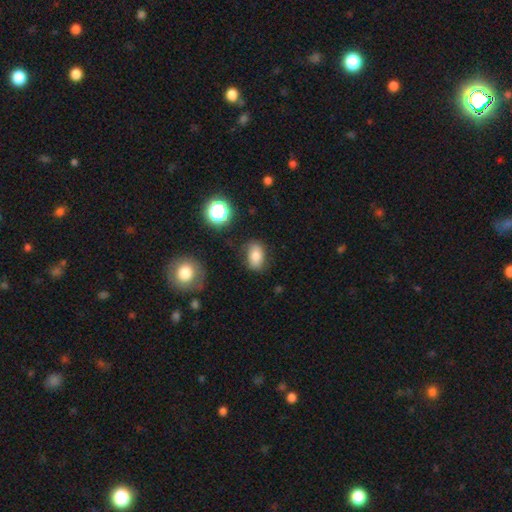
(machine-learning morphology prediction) Q: Smooth or featured?
A: smooth (79%); runner-up: star or artifact (11%)
Q: How rounded?
A: in between (83%); runner-up: round (15%)
Q: Merging?
A: none (79%); runner-up: minor disturbance (15%)